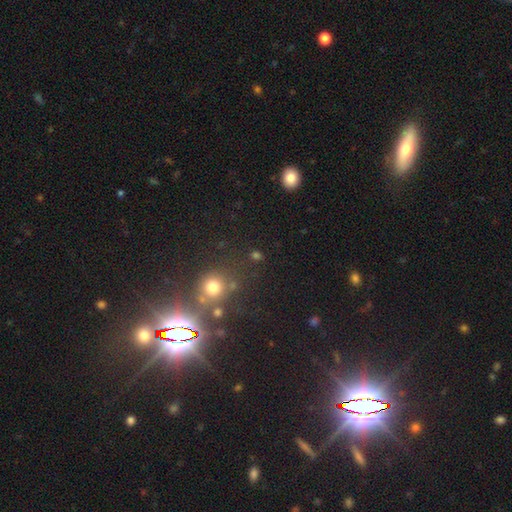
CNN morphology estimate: The model was most divided on "smooth or featured": smooth: 54%, star or artifact: 36%, featured or disk: 10%. More confident: how rounded — round (80%); merging — none (75%).